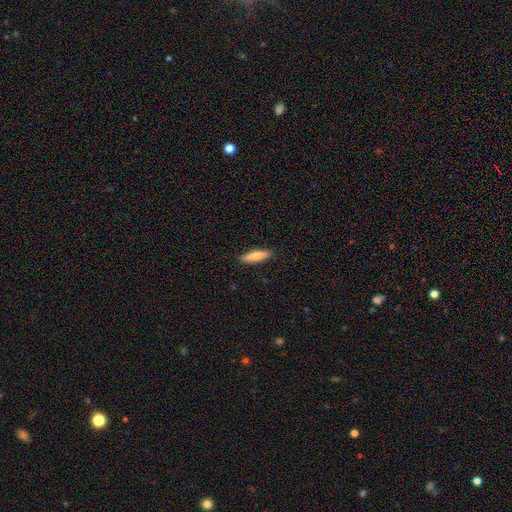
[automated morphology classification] Overall: smooth (78%). How rounded: cigar-shaped (66%; in between 32%). Merging: none (89%).